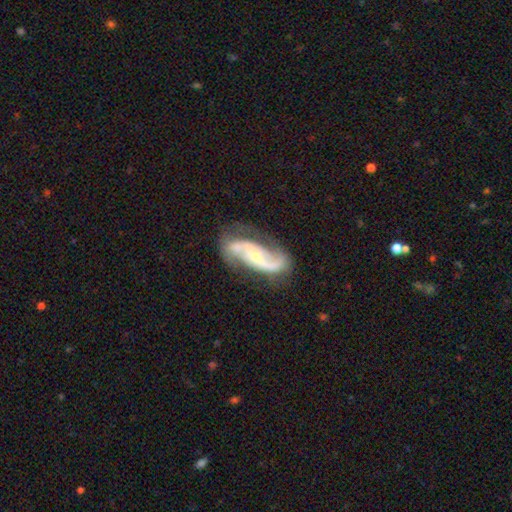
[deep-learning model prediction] Overall: featured or disk (86%). Edge-on disk: no (94%). Bar: no (48%; weak 32%). Spiral arms: yes (95%). Spiral arm count: 2 (86%). Spiral winding: medium (47%; loose 33%). Bulge size: small (60%; moderate 35%). Merging: none (64%).